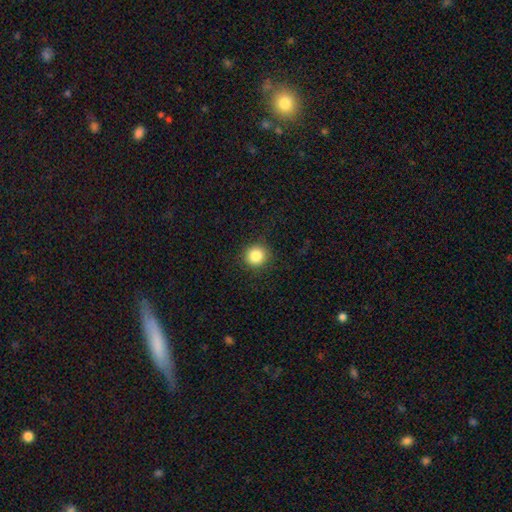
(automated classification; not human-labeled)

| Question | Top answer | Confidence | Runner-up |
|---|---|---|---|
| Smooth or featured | smooth | 85% | star or artifact (10%) |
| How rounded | round | 94% | in between (5%) |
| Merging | none | 90% | minor disturbance (6%) |